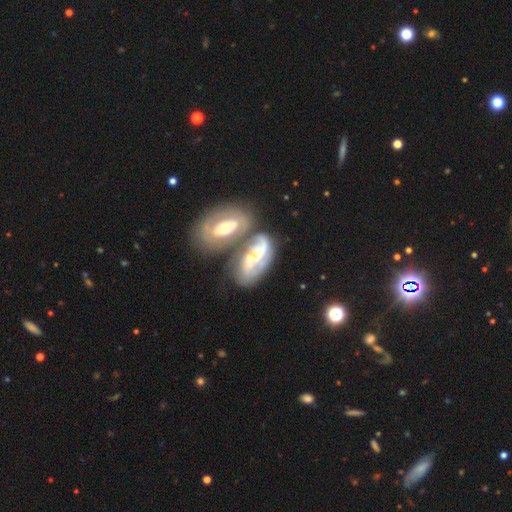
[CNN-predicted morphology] This appears to be a featured or disk galaxy (75%) with no bar (46%), 2 (59%) medium (42%) spiral arms (87%) and a small central bulge (48%). Merging: merger (39%).